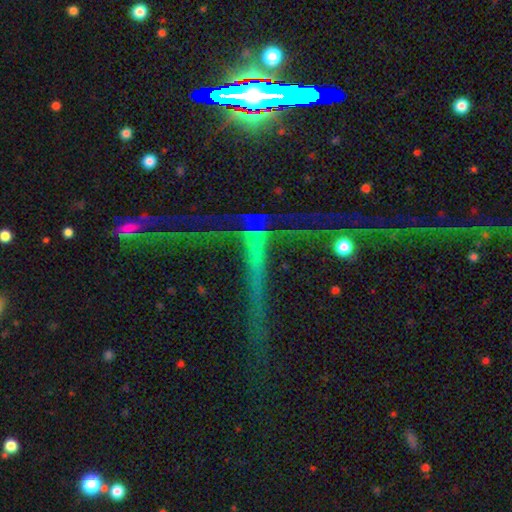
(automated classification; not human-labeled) Smooth or featured? Predicted: star or artifact (p=0.71).